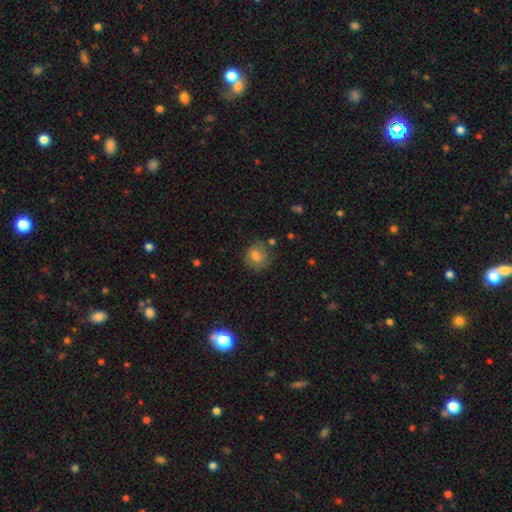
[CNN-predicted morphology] type=smooth (75%); roundness=round (79%); merging=none (73%).